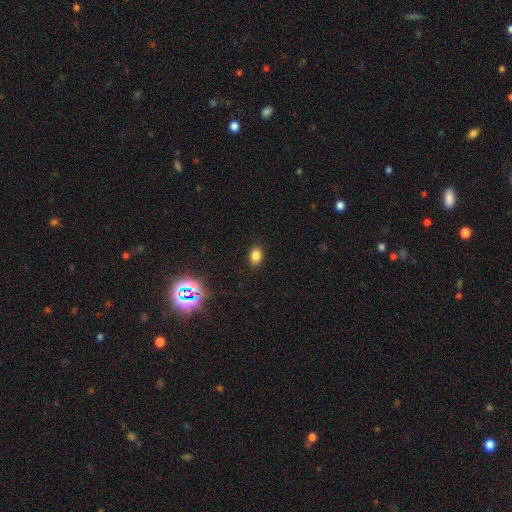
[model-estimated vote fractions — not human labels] Smooth or featured: smooth — 81% (star or artifact — 14%)
How rounded: in between — 81% (round — 17%)
Merging: none — 88% (minor disturbance — 8%)